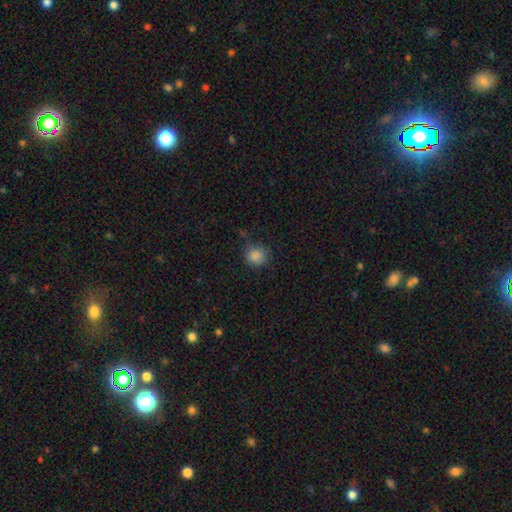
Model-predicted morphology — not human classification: Q: Smooth or featured?
A: smooth (86%); runner-up: star or artifact (10%)
Q: How rounded?
A: round (85%); runner-up: in between (14%)
Q: Merging?
A: none (75%); runner-up: minor disturbance (18%)